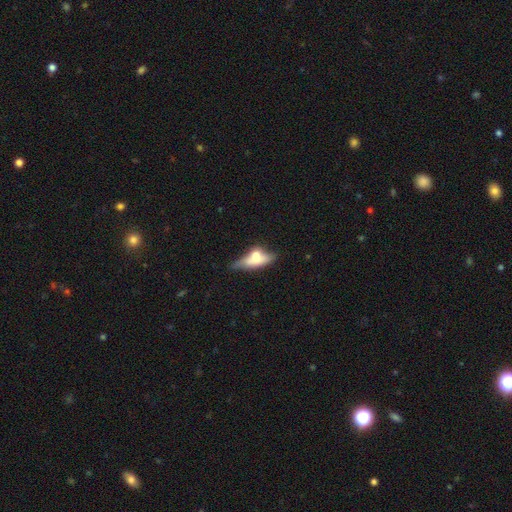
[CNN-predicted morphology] This is possibly a smooth galaxy (46%). Merging: marginally none (38%).